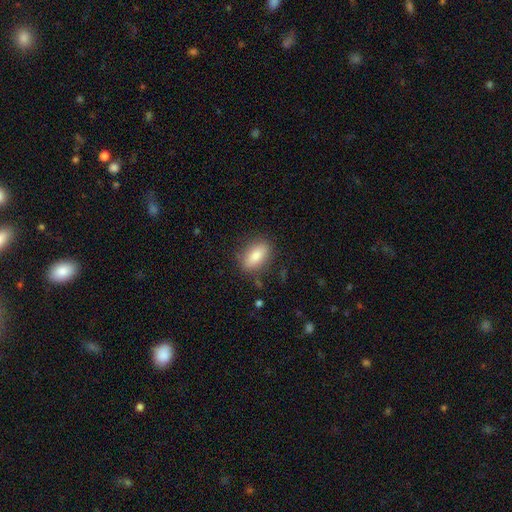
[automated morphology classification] type=smooth (81%); roundness=in between (85%); merging=none (83%).